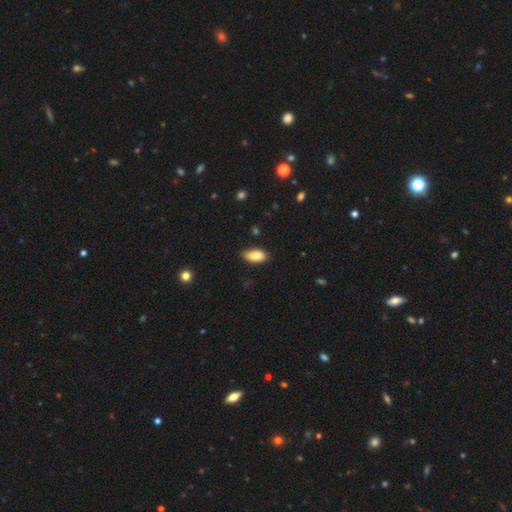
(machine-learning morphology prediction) Overall: smooth (88%). How rounded: in between (91%). Merging: none (79%).